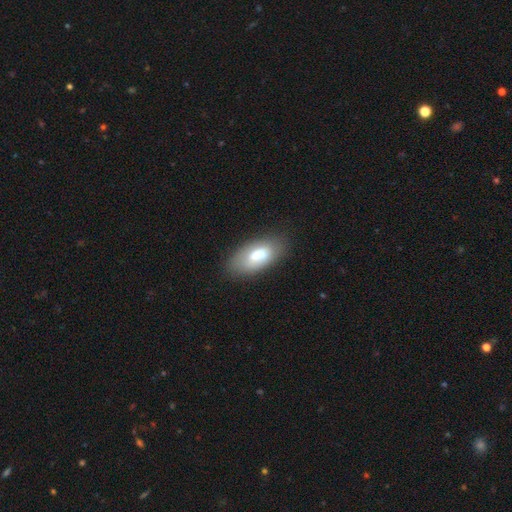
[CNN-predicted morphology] Smooth or featured: smooth — 69% (featured or disk — 23%)
How rounded: in between — 90% (cigar-shaped — 7%)
Merging: none — 82% (minor disturbance — 13%)